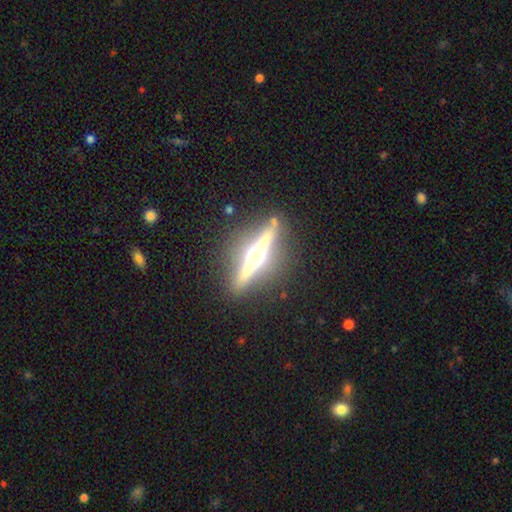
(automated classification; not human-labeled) A featured or disk galaxy (82%) viewed edge-on (97%) with a rounded central bulge (95%). Merging: none (87%).